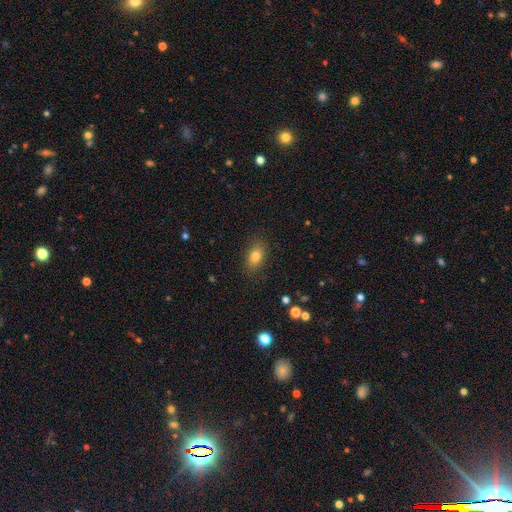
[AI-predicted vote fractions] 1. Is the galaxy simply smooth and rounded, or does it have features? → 81% smooth, 10% star or artifact, 8% featured or disk.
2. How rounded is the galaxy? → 80% in between, 17% round, 2% cigar-shaped.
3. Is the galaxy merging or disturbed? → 84% none, 12% minor disturbance, 3% major disturbance, 1% merger.